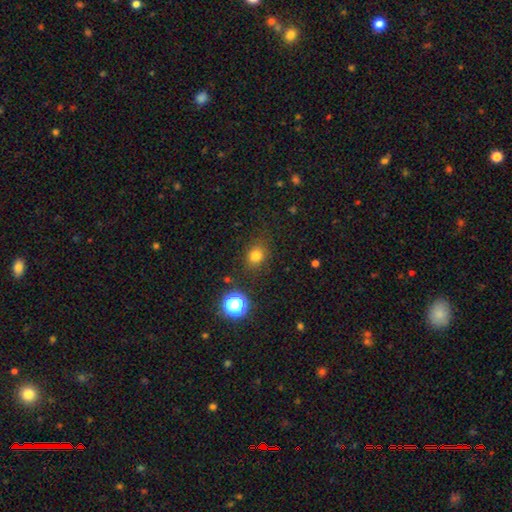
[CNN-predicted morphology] smooth 78%, star or artifact 16%, featured or disk 6%. Down the decision tree: how rounded — round (67%); merging — none (83%).